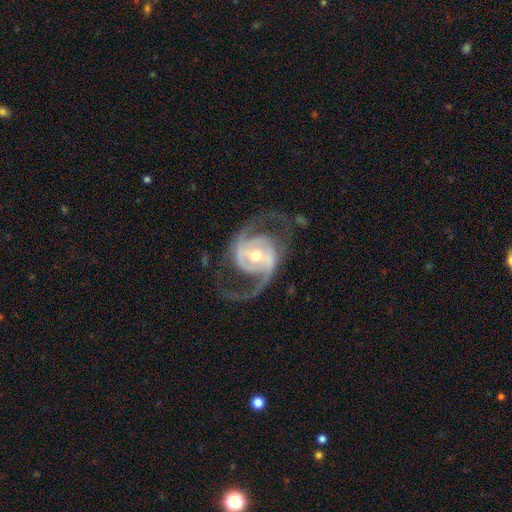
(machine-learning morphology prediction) A featured or disk galaxy (92%) with no bar (39%), 2 (90%) medium (57%) spiral arms (98%) and a moderate central bulge (61%).

Vote fractions:
- Smooth or featured? featured or disk: 92% / star or artifact: 4% / smooth: 3%
- Edge-on disk? no: 97% / yes: 3%
- Bar? no: 39% / weak: 36% / strong: 25%
- Spiral arms? yes: 98% / no: 2%
- Spiral winding? medium: 57% / loose: 26% / tight: 17%
- Spiral arm count? 2: 90% / 3: 3% / can't tell: 2% / 1: 2% / 4: 1% / more than 4: 1%
- Bulge size? moderate: 61% / small: 33% / large: 5% / none: 1% / dominant: 1%
- Merging? none: 72% / minor disturbance: 14% / major disturbance: 12% / merger: 1%